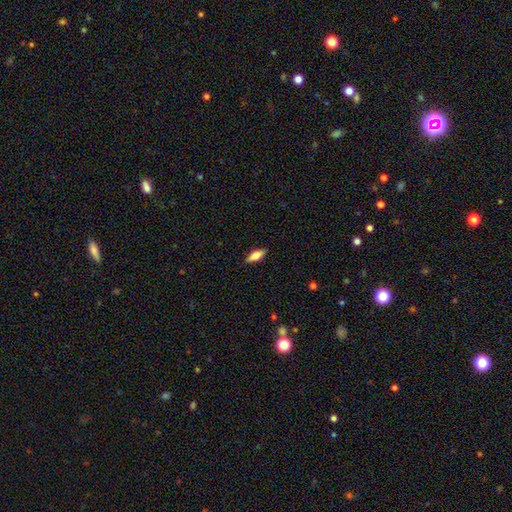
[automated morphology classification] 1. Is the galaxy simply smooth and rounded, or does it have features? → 61% smooth, 32% featured or disk, 7% star or artifact.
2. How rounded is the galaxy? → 65% in between, 32% cigar-shaped, 3% round.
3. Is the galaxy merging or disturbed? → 88% none, 9% minor disturbance, 2% major disturbance, 1% merger.